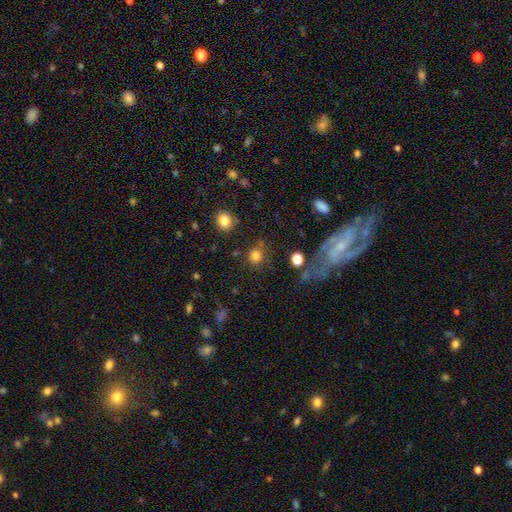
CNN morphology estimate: Smooth or featured?
  - smooth: 80% *
  - star or artifact: 14%
  - featured or disk: 6%
How rounded?
  - round: 85% *
  - in between: 14%
  - cigar-shaped: 1%
Merging?
  - none: 74% *
  - minor disturbance: 13%
  - merger: 7%
  - major disturbance: 7%